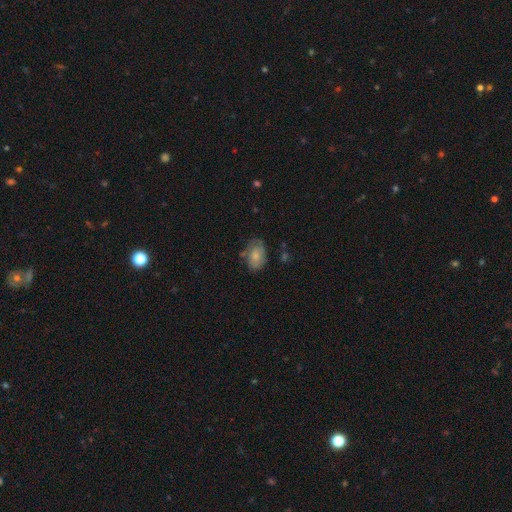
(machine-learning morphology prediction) Q: Smooth or featured?
A: smooth (72%); runner-up: featured or disk (20%)
Q: How rounded?
A: in between (84%); runner-up: round (14%)
Q: Merging?
A: none (60%); runner-up: minor disturbance (27%)